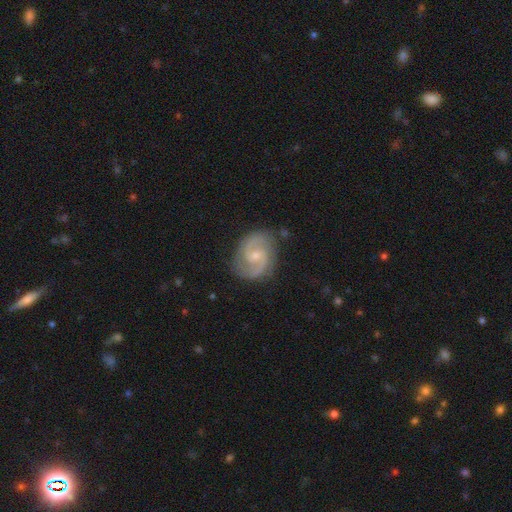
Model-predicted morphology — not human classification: featured or disk 91%, smooth 5%, star or artifact 4%. Down the decision tree: edge-on disk — no (98%); bar — no (51%); spiral arms — yes (98%); spiral arm count — 2 (92%); spiral winding — medium (53%); bulge size — small (63%); merging — none (83%).